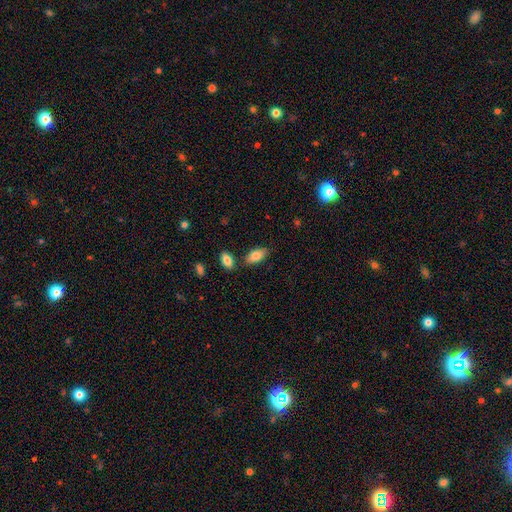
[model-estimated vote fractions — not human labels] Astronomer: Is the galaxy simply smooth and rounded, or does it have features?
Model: smooth — 83%.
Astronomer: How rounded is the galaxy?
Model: in between — 92%.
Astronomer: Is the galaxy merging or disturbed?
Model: none — 76%.